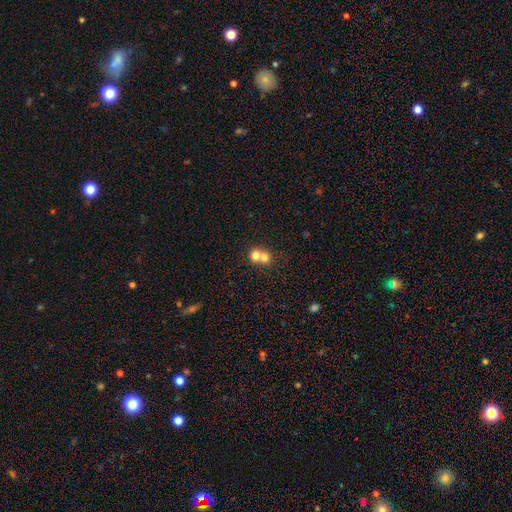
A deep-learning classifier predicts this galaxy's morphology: type=smooth (73%); roundness=round (78%); merging=merger (70%).